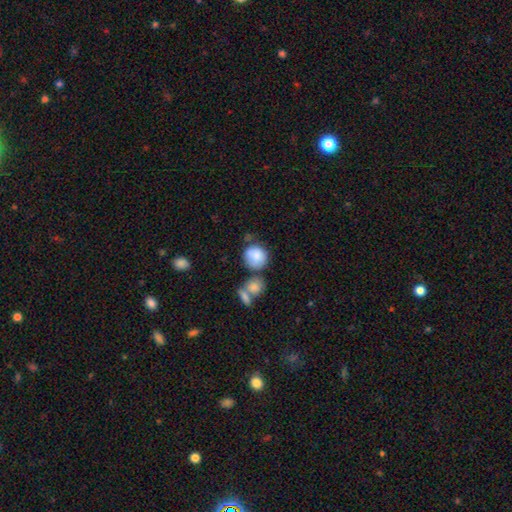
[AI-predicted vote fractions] The model was most divided on "merging": none: 46%, merger: 25%, minor disturbance: 21%, major disturbance: 8%. More confident: smooth or featured — smooth (82%); how rounded — round (80%).